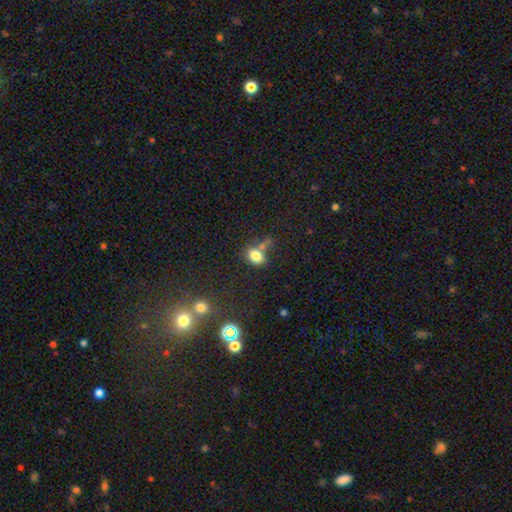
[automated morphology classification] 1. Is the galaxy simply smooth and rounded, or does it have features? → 79% smooth, 12% star or artifact, 9% featured or disk.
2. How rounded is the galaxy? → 68% in between, 31% round, 1% cigar-shaped.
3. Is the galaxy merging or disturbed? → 53% none, 24% merger, 16% minor disturbance, 7% major disturbance.